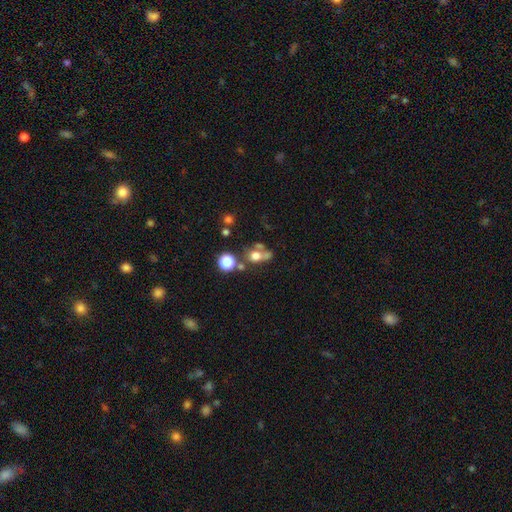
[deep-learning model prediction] Morphology: type=smooth (61%); roundness=round (61%); merging=none (38%, tied with merger).